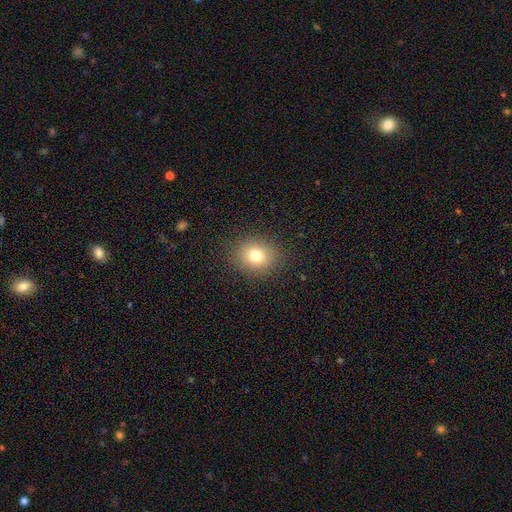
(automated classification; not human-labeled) This appears to be a smooth galaxy with no disk features (76%) that is round (72%). Merging: none (88%).